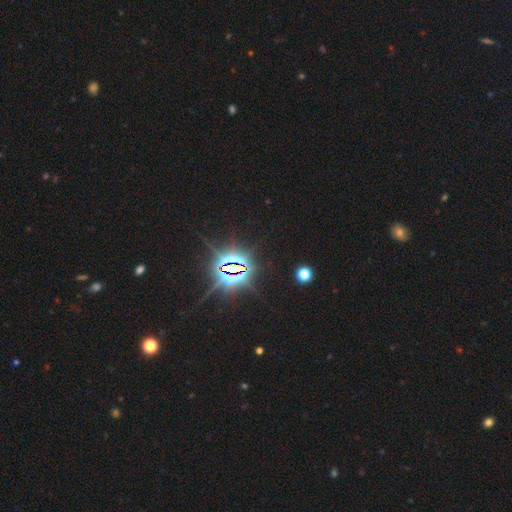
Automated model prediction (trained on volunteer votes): Smooth or featured? Predicted: star or artifact (p=0.85).